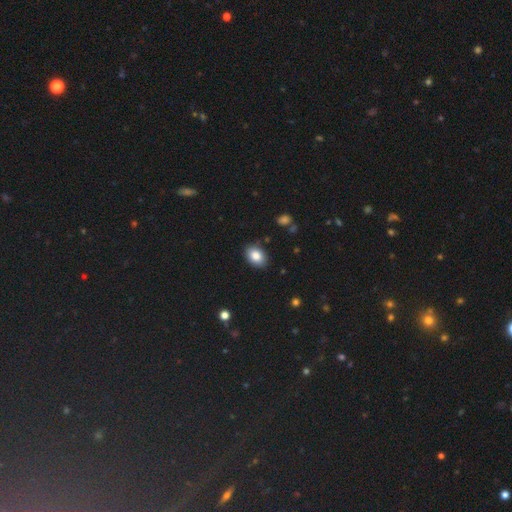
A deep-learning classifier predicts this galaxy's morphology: Overall: smooth (85%). How rounded: in between (79%). Merging: none (86%).